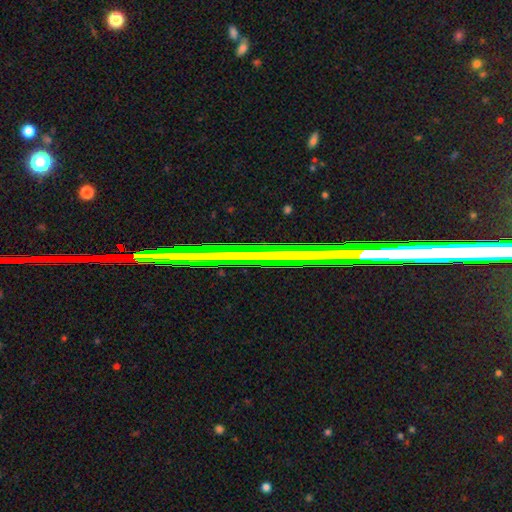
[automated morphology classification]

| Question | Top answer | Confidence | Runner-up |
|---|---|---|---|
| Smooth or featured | star or artifact | 66% | featured or disk (23%) |